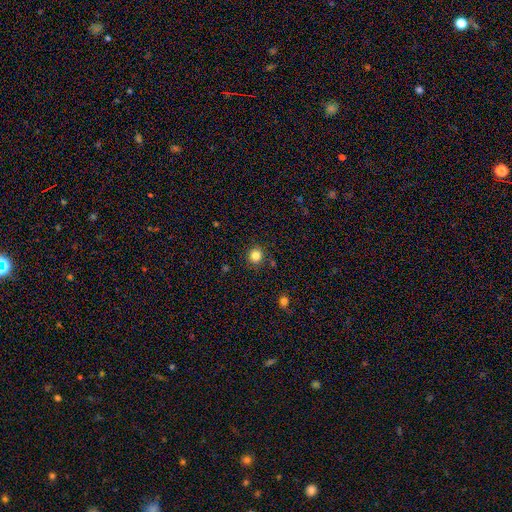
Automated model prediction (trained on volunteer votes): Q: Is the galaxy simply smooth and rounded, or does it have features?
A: smooth — 82%.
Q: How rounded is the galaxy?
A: round — 92%.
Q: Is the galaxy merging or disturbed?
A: none — 89%.